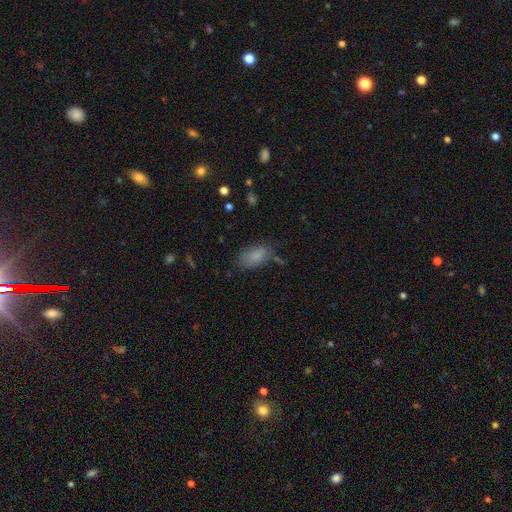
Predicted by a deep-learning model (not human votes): smooth 82%, featured or disk 9%, star or artifact 9%. Down the decision tree: how rounded — in between (92%); merging — none (60%).